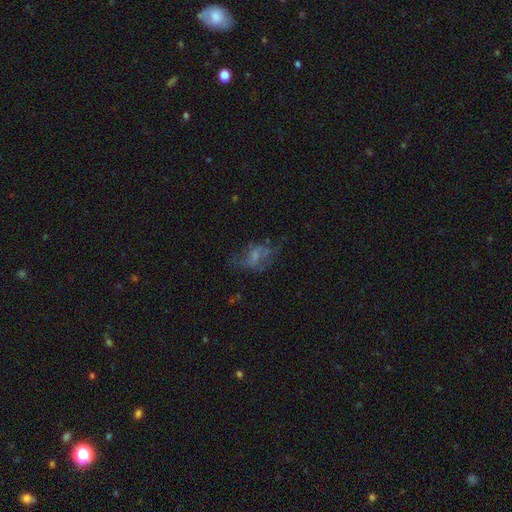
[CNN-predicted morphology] Smooth or featured? Predicted: featured or disk (p=0.44). Merging? Predicted: none (p=0.43).